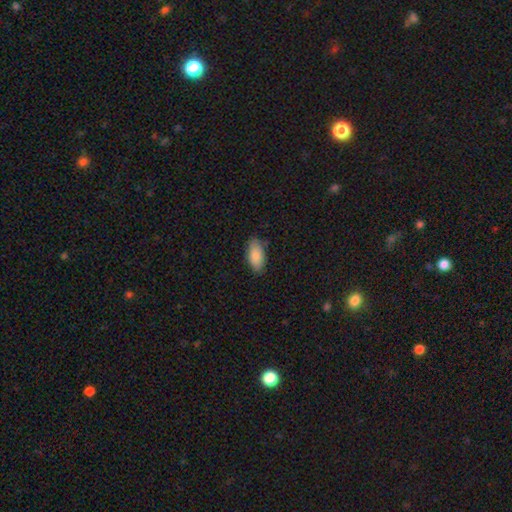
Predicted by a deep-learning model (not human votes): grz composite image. It shows a smooth galaxy with no disk features (86%) that is in between round and cigar-shaped (92%). Merging: none (78%).